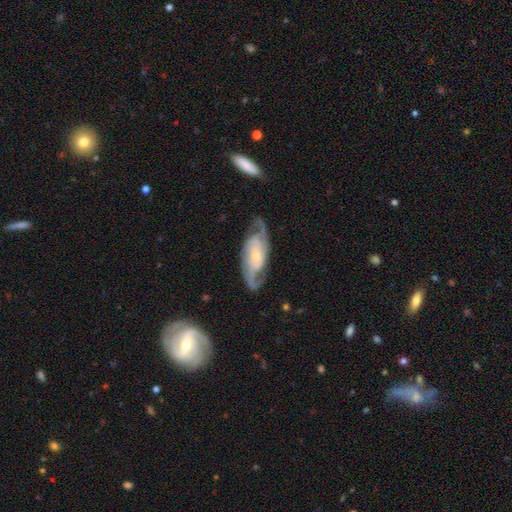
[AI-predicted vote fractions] The model was most divided on "spiral winding": medium: 45%, tight: 39%, loose: 16%. More confident: spiral arms — yes (97%); edge-on disk — no (94%); smooth or featured — featured or disk (87%); spiral arm count — 2 (84%); merging — none (74%); bulge size — small (71%); bar — no (65%).